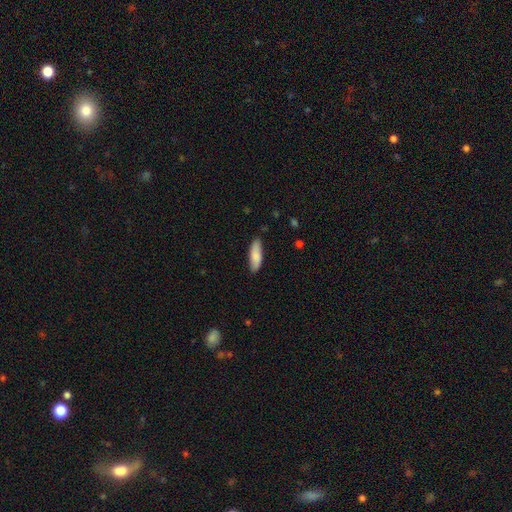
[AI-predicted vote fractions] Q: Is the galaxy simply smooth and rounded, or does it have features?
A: smooth — 84%.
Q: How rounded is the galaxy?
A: in between — 56%.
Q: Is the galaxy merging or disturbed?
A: none — 85%.